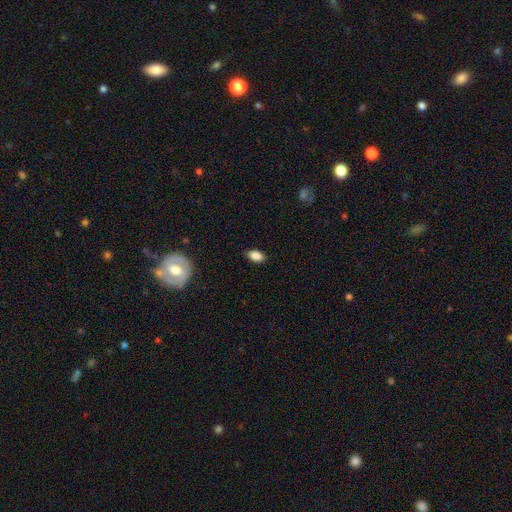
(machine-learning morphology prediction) smooth 86%, star or artifact 8%, featured or disk 5%. Down the decision tree: how rounded — in between (90%); merging — none (86%).